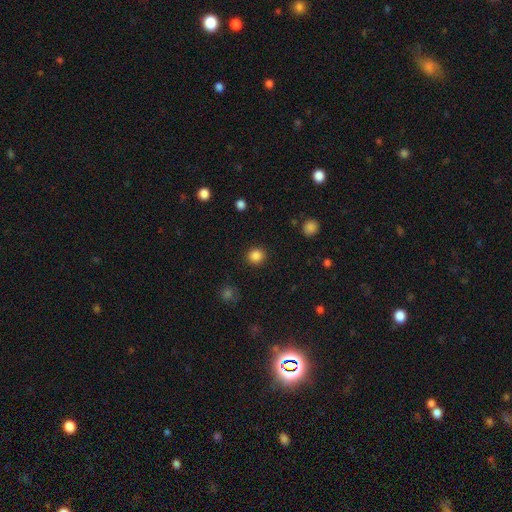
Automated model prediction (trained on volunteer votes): This appears to be a smooth galaxy with no disk features (86%) that is round (91%). Merging: none (91%).